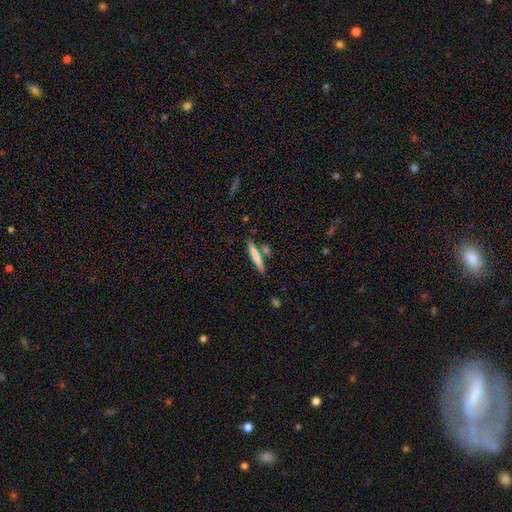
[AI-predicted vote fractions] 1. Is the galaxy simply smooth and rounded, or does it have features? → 74% smooth, 20% featured or disk, 6% star or artifact.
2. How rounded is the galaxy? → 92% cigar-shaped, 7% in between, 2% round.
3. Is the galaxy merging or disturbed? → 77% none, 11% minor disturbance, 10% merger, 3% major disturbance.